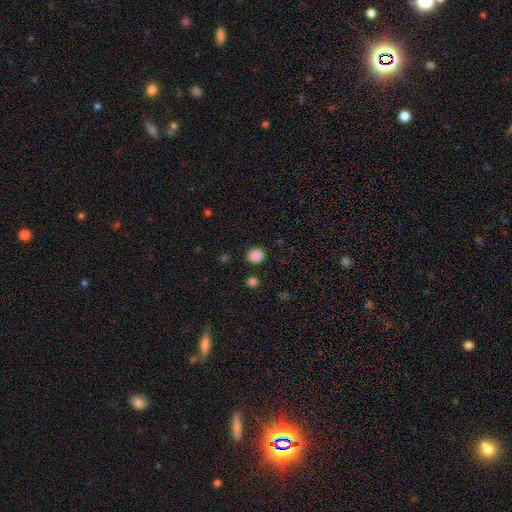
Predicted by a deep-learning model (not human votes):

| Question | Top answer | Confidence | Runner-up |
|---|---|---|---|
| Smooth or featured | smooth | 86% | star or artifact (11%) |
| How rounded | round | 80% | in between (20%) |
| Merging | none | 88% | minor disturbance (7%) |